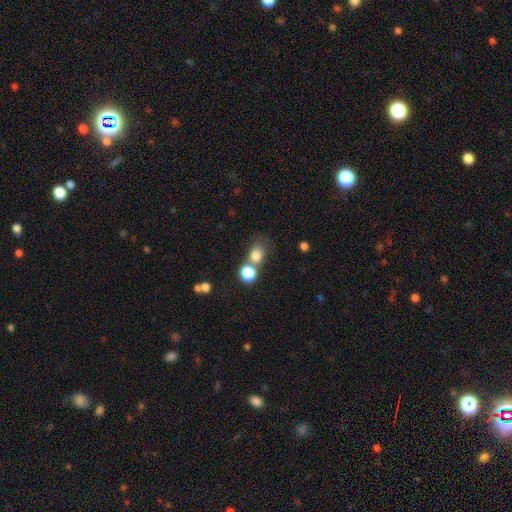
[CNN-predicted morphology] Smooth or featured? Predicted: smooth (p=0.79). How rounded? Predicted: round (p=0.58). Merging? Predicted: merger (p=0.43).